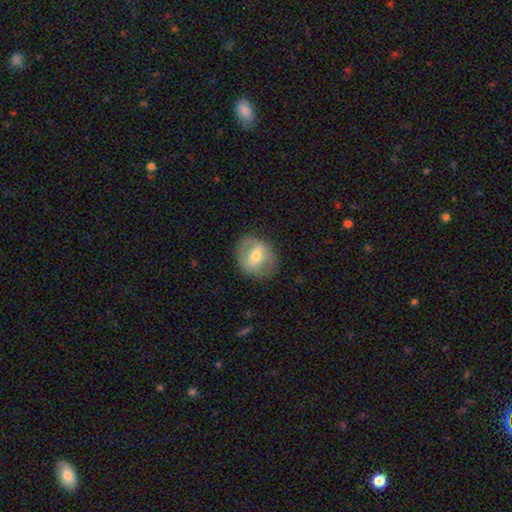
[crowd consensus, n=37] Smooth or featured?
  - smooth: 59% *
  - featured or disk: 35%
  - star or artifact: 5%
How rounded?
  - round: 68% *
  - in between: 32%
  - cigar-shaped: 0%
Merging?
  - none: 80% *
  - minor disturbance: 17%
  - major disturbance: 3%
  - merger: 0%